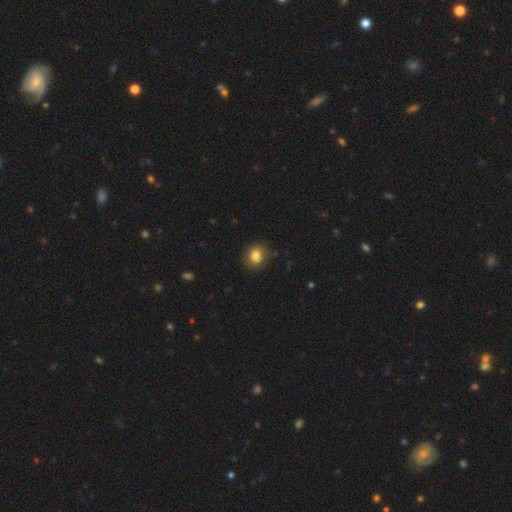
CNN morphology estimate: smooth-or-featured: smooth: 84% | star or artifact: 10% | featured or disk: 6%
  how-rounded: round: 69% | in between: 30% | cigar-shaped: 1%
  merging: none: 87% | minor disturbance: 9% | major disturbance: 2% | merger: 1%